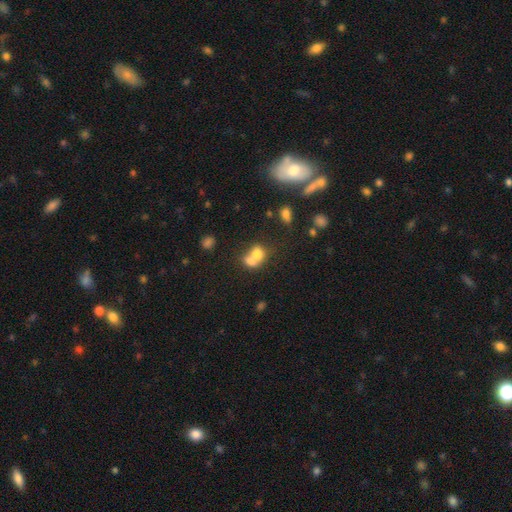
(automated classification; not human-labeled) Morphology: type=smooth (70%); roundness=in between (50%); merging=merger (69%).